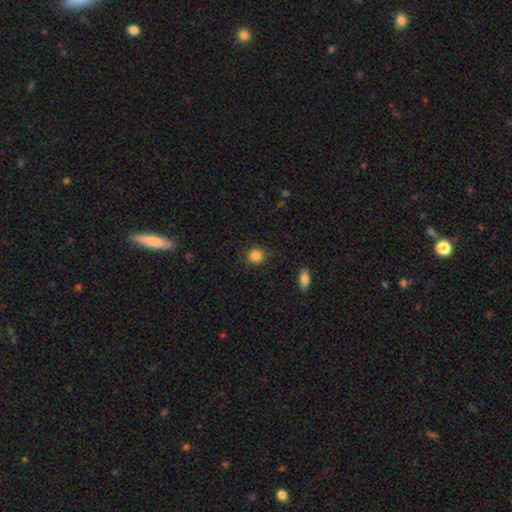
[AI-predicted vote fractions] Morphology: type=smooth (86%); roundness=round (86%); merging=none (86%).